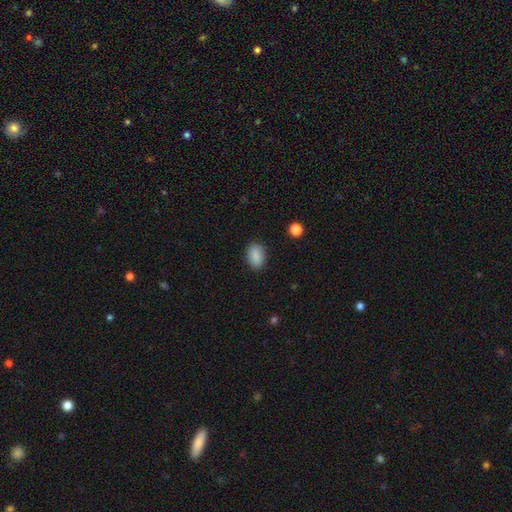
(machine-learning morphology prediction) Overall: smooth (88%). How rounded: in between (84%). Merging: none (87%).